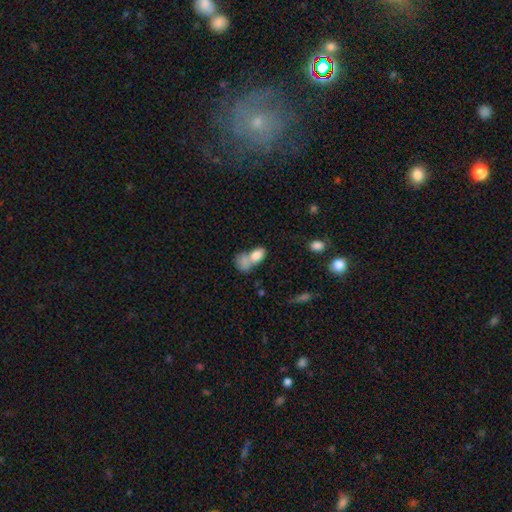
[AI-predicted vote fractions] A smooth galaxy with no disk features (80%) that is in between round and cigar-shaped (86%).

Vote fractions:
- Smooth or featured? smooth: 80% / featured or disk: 11% / star or artifact: 8%
- How rounded? in between: 86% / round: 11% / cigar-shaped: 3%
- Merging? merger: 61% / none: 23% / minor disturbance: 9% / major disturbance: 7%